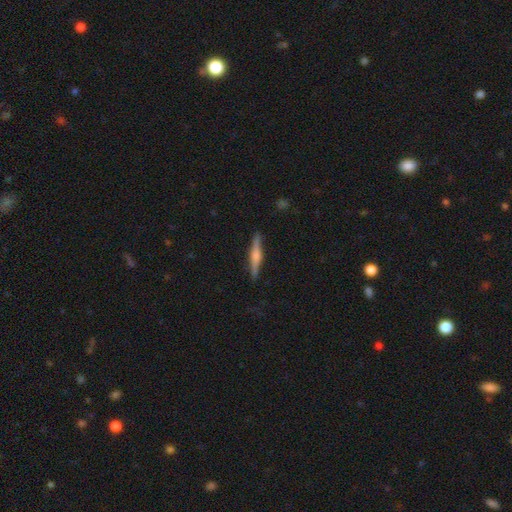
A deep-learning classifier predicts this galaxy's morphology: Q: Smooth or featured?
A: featured or disk (63%); runner-up: smooth (31%)
Q: Edge-on disk?
A: yes (98%); runner-up: no (2%)
Q: Edge-on bulge?
A: rounded (73%); runner-up: boxy (18%)
Q: Merging?
A: none (89%); runner-up: minor disturbance (8%)